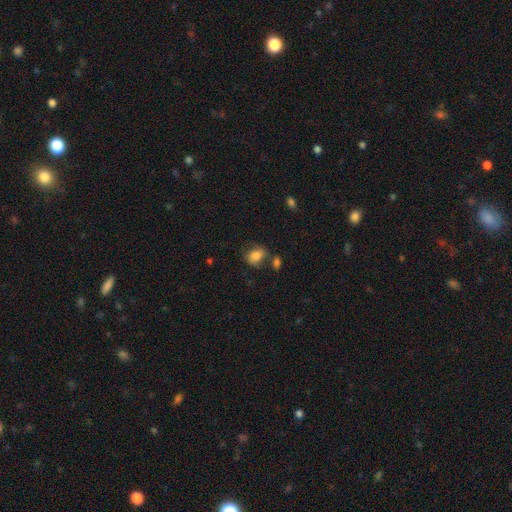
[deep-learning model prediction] Overall: smooth (81%). How rounded: in between (66%; round 33%). Merging: none (58%; minor disturbance 21%).